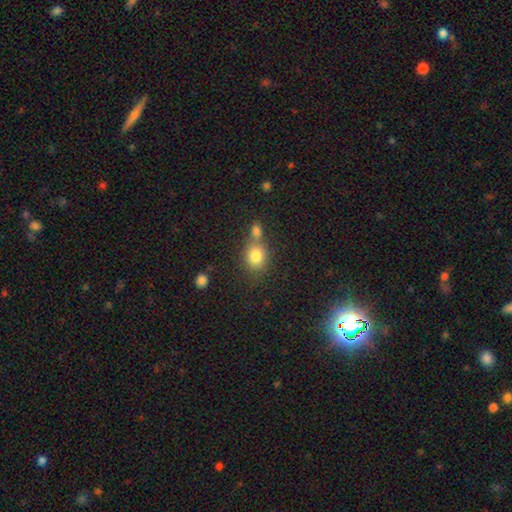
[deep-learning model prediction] smooth-or-featured: smooth: 81% | star or artifact: 11% | featured or disk: 9%
  how-rounded: round: 62% | in between: 37% | cigar-shaped: 1%
  merging: none: 48% | merger: 36% | minor disturbance: 11% | major disturbance: 4%